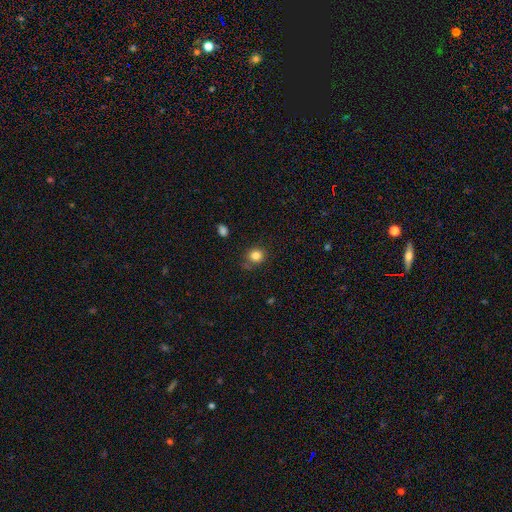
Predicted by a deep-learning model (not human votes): This appears to be a smooth galaxy with no disk features (84%) that is round (82%). Merging: none (79%).